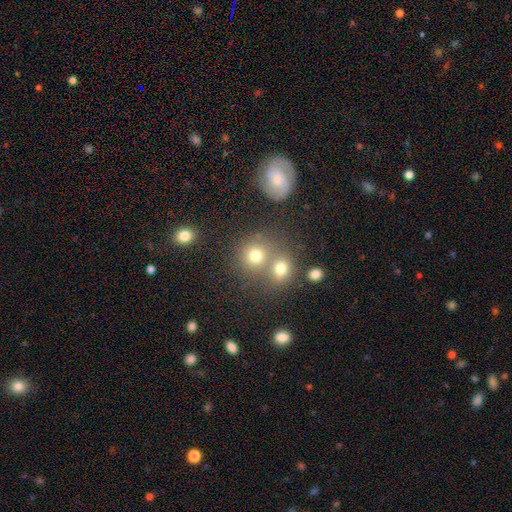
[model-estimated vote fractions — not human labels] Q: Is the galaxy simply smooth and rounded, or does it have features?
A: smooth — 74%.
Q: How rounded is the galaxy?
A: round — 82%.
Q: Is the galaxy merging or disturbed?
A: none — 54%.